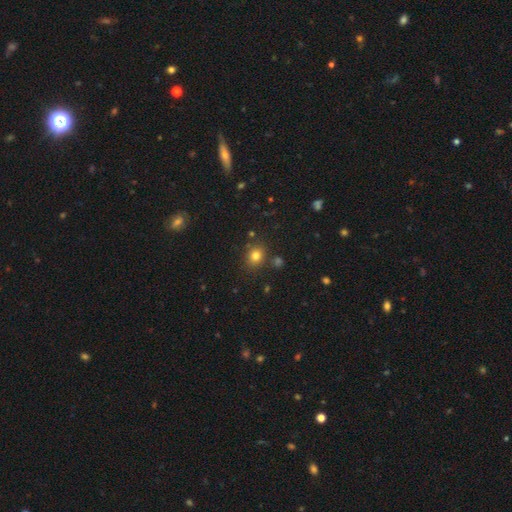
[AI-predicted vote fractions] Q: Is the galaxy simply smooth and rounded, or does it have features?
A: smooth — 78%.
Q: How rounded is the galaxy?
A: round — 68%.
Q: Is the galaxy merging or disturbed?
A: none — 79%.